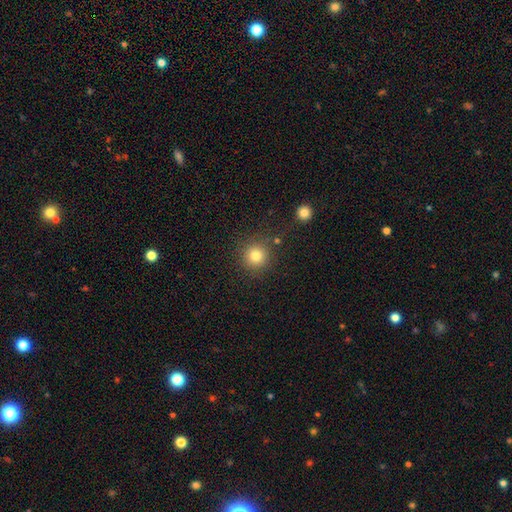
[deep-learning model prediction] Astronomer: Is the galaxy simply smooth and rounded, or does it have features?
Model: smooth — 81%.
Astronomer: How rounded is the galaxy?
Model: round — 94%.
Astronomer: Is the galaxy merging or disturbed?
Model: none — 85%.